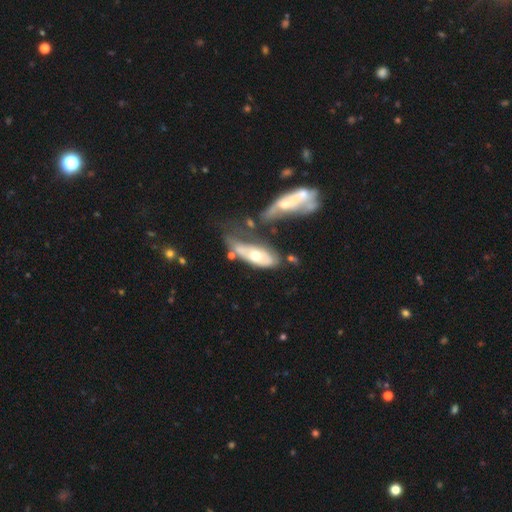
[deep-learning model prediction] Smooth or featured?
  - featured or disk: 57% *
  - smooth: 38%
  - star or artifact: 5%
Edge-on disk?
  - no: 80% *
  - yes: 20%
Merging?
  - none: 28% *
  - merger: 27%
  - minor disturbance: 23%
  - major disturbance: 21%